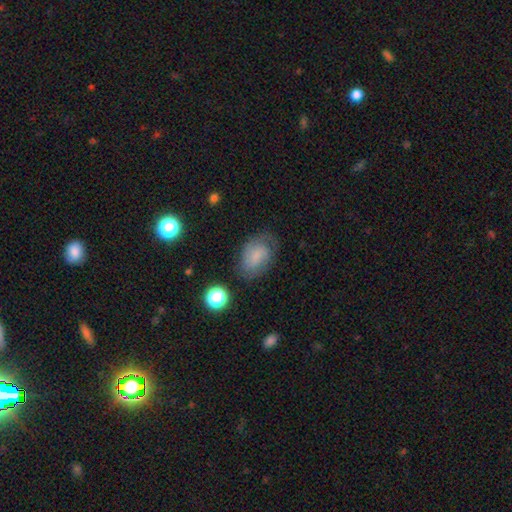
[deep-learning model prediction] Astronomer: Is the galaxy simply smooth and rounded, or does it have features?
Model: smooth — 54% (runner-up: featured or disk, 35%).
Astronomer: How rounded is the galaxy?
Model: in between — 81%.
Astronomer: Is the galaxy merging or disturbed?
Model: none — 66%.